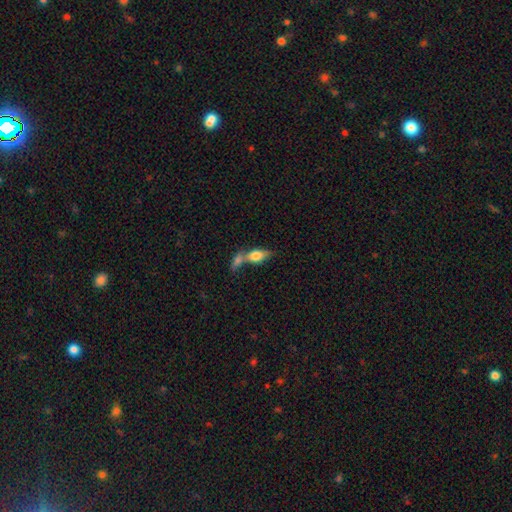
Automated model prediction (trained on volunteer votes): Q: Smooth or featured?
A: smooth (69%); runner-up: featured or disk (23%)
Q: How rounded?
A: in between (79%); runner-up: cigar-shaped (14%)
Q: Merging?
A: merger (61%); runner-up: none (25%)